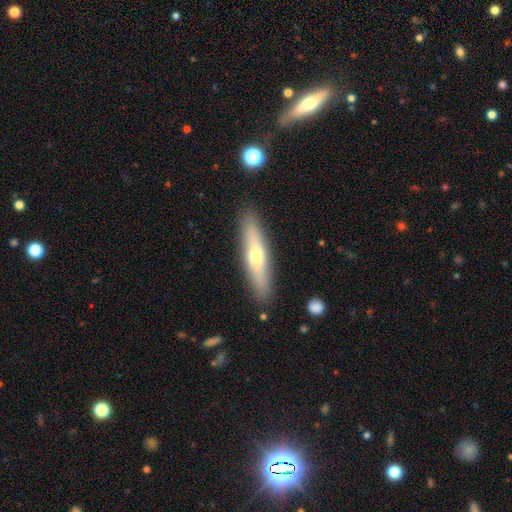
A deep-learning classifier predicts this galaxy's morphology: This appears to be a smooth galaxy with no disk features (48%). Merging: none (88%).